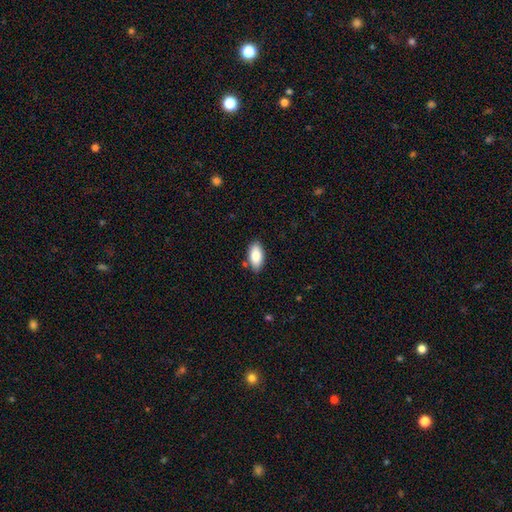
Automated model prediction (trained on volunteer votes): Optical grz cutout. It shows a smooth galaxy with no disk features (86%) that is in between round and cigar-shaped (93%). Merging: none (84%).